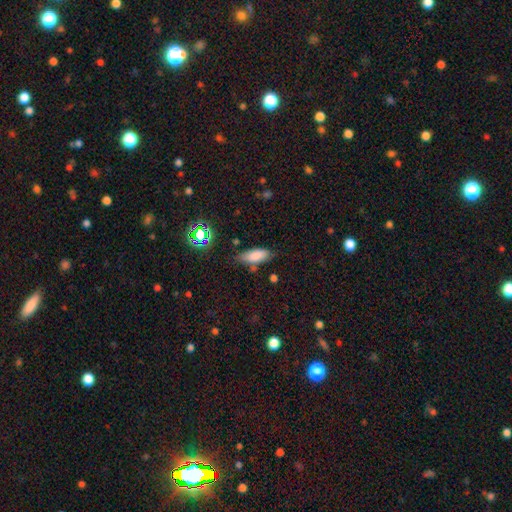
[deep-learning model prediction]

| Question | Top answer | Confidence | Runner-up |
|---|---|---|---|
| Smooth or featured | smooth | 81% | star or artifact (10%) |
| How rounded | in between | 76% | cigar-shaped (22%) |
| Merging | none | 69% | minor disturbance (21%) |